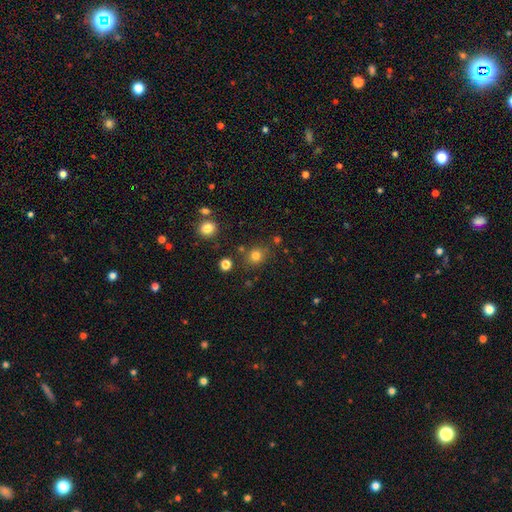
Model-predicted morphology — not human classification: smooth 78%, star or artifact 15%, featured or disk 6%. Down the decision tree: how rounded — round (81%); merging — none (79%).